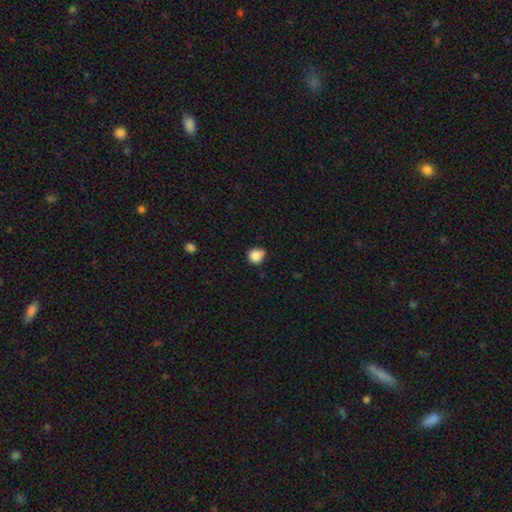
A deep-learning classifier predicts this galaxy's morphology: Smooth or featured? Predicted: smooth (p=0.87). How rounded? Predicted: round (p=0.88). Merging? Predicted: none (p=0.74).